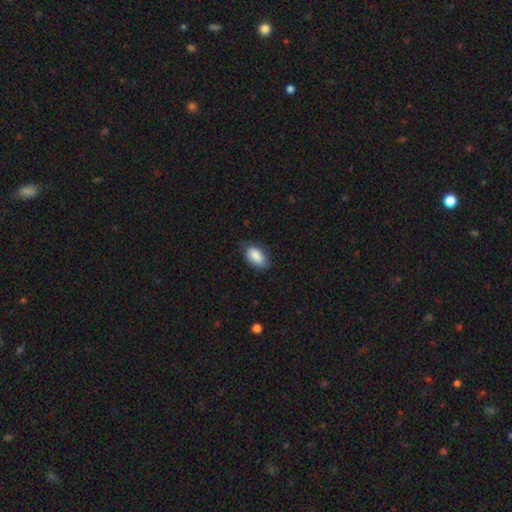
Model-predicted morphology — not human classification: This appears to be a smooth galaxy with no disk features (86%) that is in between round and cigar-shaped (93%). Merging: none (72%).